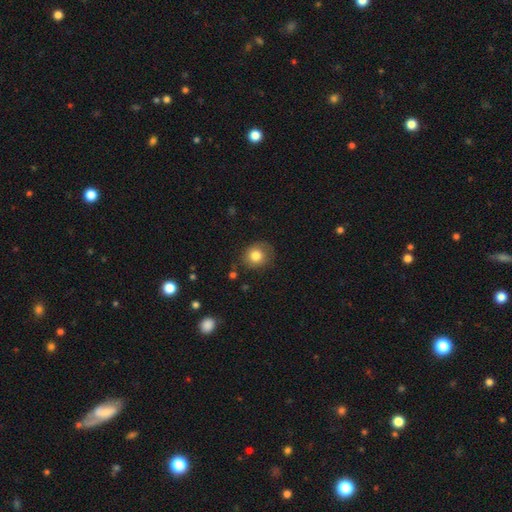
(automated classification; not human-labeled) Q: Smooth or featured?
A: smooth (80%); runner-up: featured or disk (10%)
Q: How rounded?
A: round (80%); runner-up: in between (20%)
Q: Merging?
A: none (74%); runner-up: minor disturbance (18%)